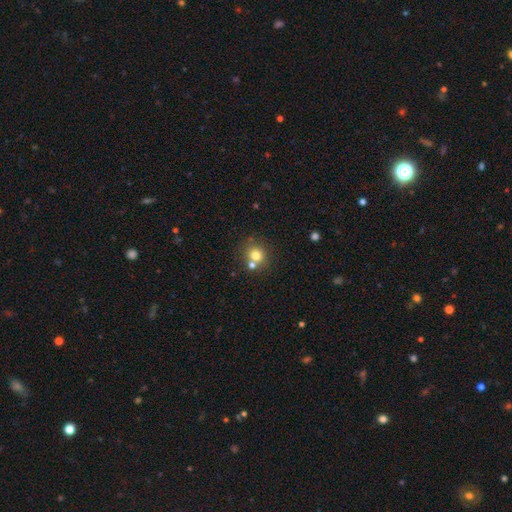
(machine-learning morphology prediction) type=smooth (75%); roundness=round (87%); merging=none (63%).